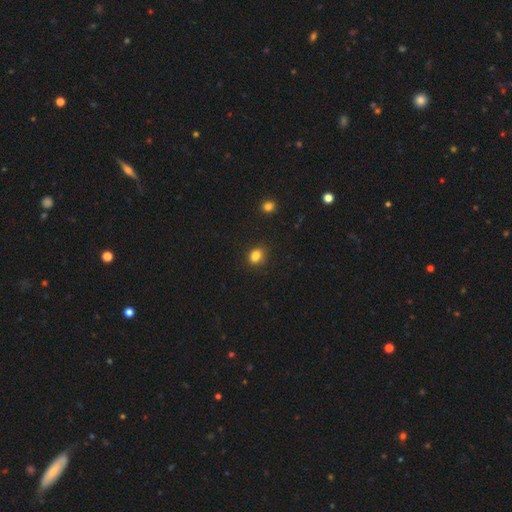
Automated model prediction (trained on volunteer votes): Smooth or featured: smooth — 82% (star or artifact — 12%)
How rounded: in between — 61% (round — 38%)
Merging: none — 67% (minor disturbance — 17%)